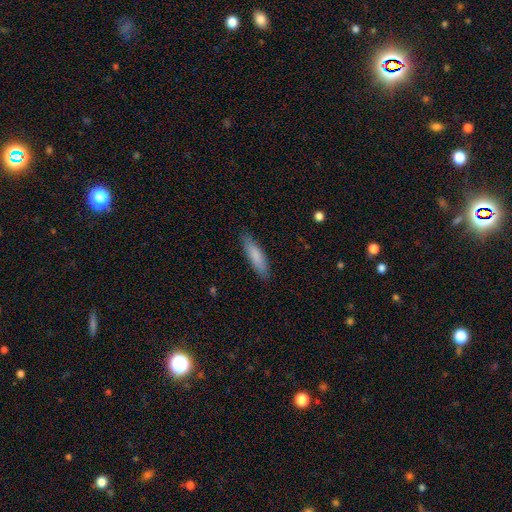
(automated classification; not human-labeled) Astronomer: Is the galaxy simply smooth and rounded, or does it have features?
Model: smooth — 83%.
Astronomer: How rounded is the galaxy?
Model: cigar-shaped — 69%.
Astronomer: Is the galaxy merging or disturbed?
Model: none — 86%.